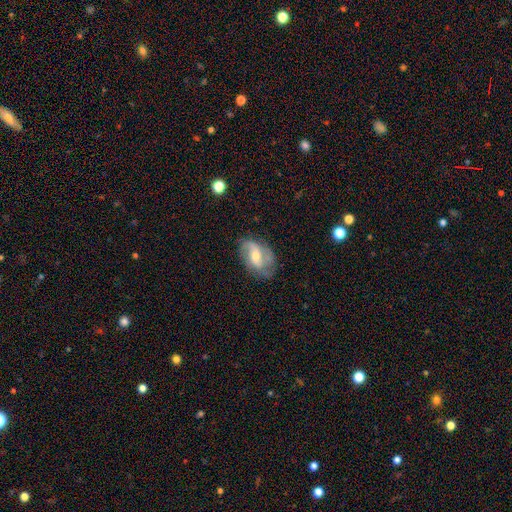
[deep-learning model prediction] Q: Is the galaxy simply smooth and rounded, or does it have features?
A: featured or disk — 73%.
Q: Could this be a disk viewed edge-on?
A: no — 96%.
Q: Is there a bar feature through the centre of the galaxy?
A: weak — 46%.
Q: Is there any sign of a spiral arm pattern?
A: yes — 89%.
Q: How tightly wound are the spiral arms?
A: loose — 45%.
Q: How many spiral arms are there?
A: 2 — 80%.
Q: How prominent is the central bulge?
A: moderate — 54%.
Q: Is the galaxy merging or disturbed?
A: none — 69%.